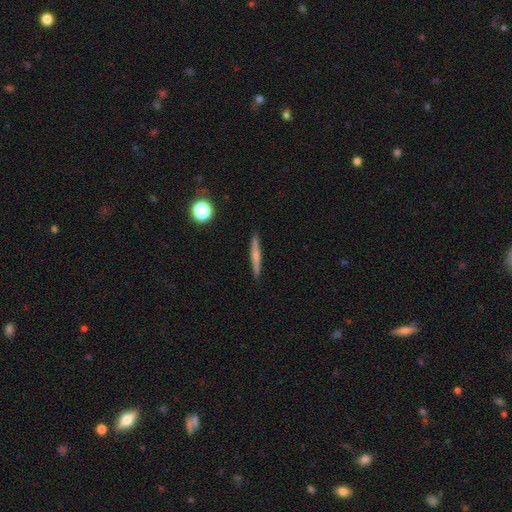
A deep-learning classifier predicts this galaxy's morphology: This appears to be a smooth galaxy with no disk features (49%). Merging: none (91%).